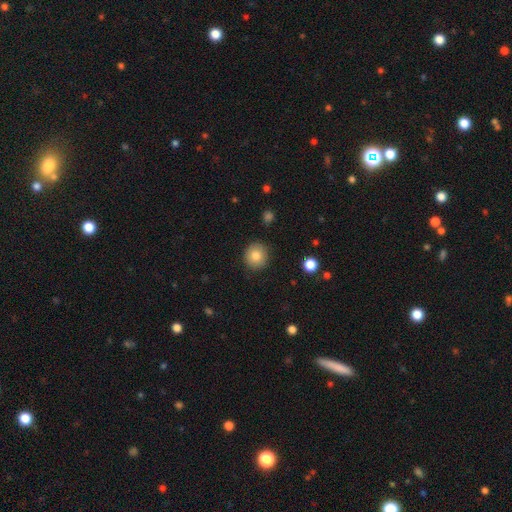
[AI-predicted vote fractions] Smooth or featured: smooth — 82% (star or artifact — 9%)
How rounded: round — 90% (in between — 9%)
Merging: none — 89% (minor disturbance — 8%)